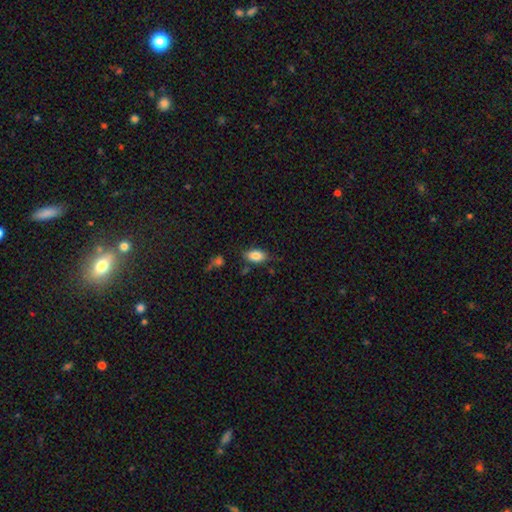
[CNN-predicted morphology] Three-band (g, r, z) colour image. It shows a smooth galaxy with no disk features (84%) that is in between round and cigar-shaped (90%). Merging: none (75%).